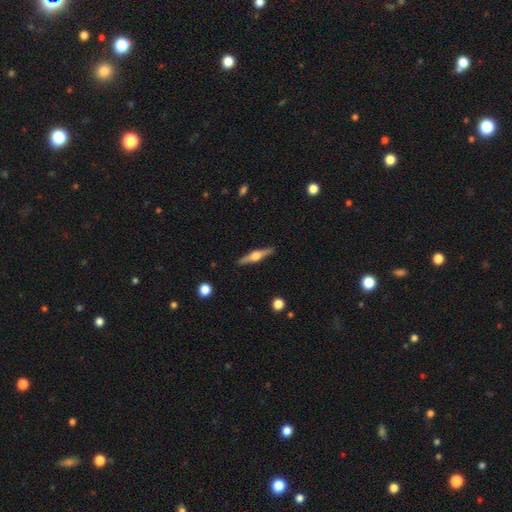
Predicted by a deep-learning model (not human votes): smooth-or-featured: featured or disk: 73% | smooth: 21% | star or artifact: 5%
  disk-edge-on: yes: 98% | no: 2%
    edge-on-bulge: rounded: 93% | boxy: 5% | none: 2%
  merging: none: 91% | minor disturbance: 6% | major disturbance: 1% | merger: 1%